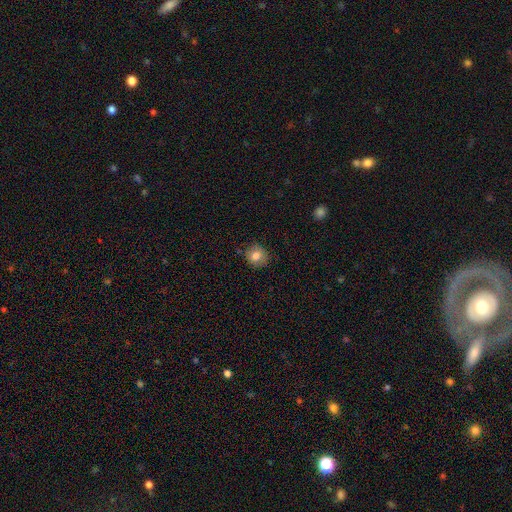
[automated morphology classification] This appears to be a smooth galaxy with no disk features (79%) that is round (84%). Merging: none (85%).